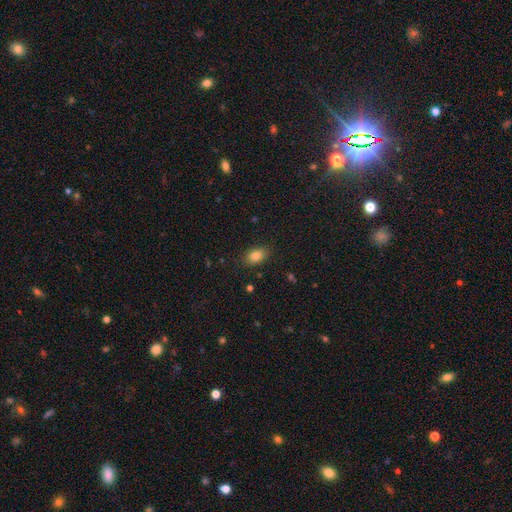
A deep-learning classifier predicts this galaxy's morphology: Smooth or featured?
  - smooth: 84% *
  - star or artifact: 10%
  - featured or disk: 6%
How rounded?
  - in between: 83% *
  - round: 15%
  - cigar-shaped: 2%
Merging?
  - none: 85% *
  - minor disturbance: 10%
  - major disturbance: 3%
  - merger: 1%